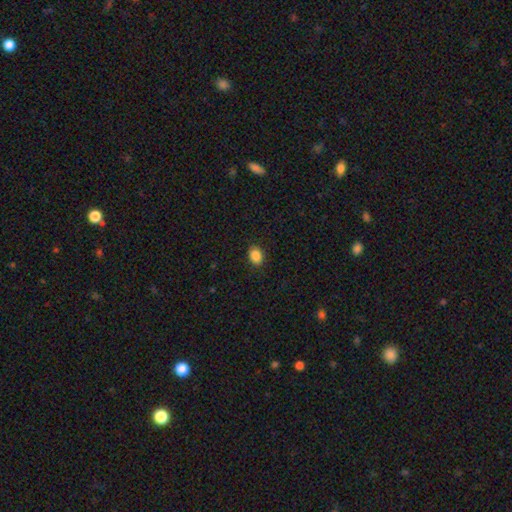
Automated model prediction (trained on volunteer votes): Morphology: type=smooth (87%); roundness=in between (74%); merging=none (89%).